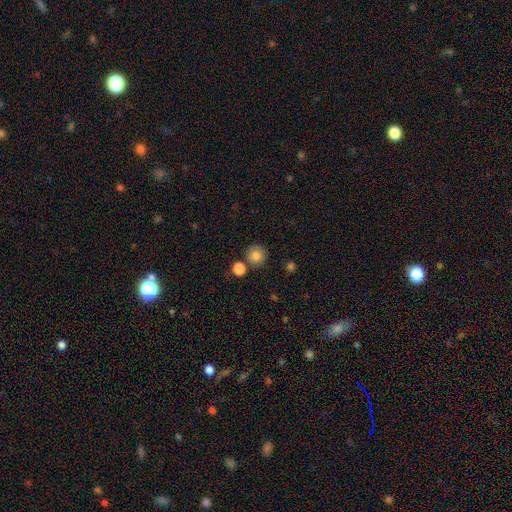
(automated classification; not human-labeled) smooth-or-featured: smooth: 82% | star or artifact: 10% | featured or disk: 7%
  how-rounded: round: 92% | in between: 7% | cigar-shaped: 1%
  merging: none: 78% | merger: 10% | minor disturbance: 9% | major disturbance: 3%